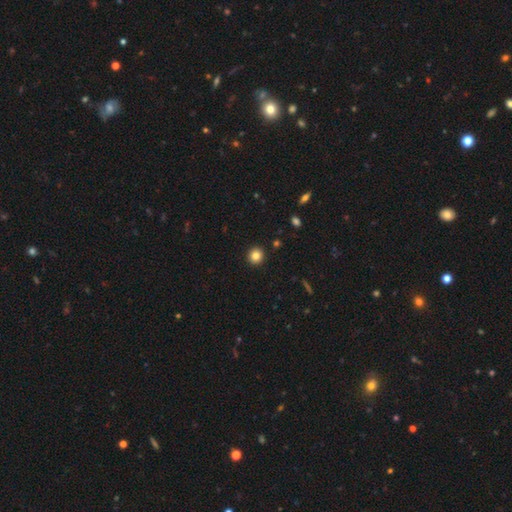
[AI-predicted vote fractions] Smooth or featured? Predicted: smooth (p=0.83). How rounded? Predicted: round (p=0.93). Merging? Predicted: none (p=0.93).